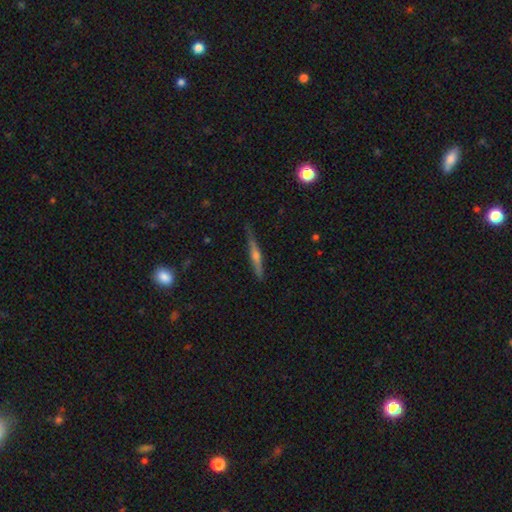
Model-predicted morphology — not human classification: Q: Smooth or featured?
A: featured or disk (71%); runner-up: smooth (22%)
Q: Edge-on disk?
A: yes (97%); runner-up: no (3%)
Q: Edge-on bulge?
A: rounded (84%); runner-up: none (10%)
Q: Merging?
A: none (84%); runner-up: minor disturbance (12%)